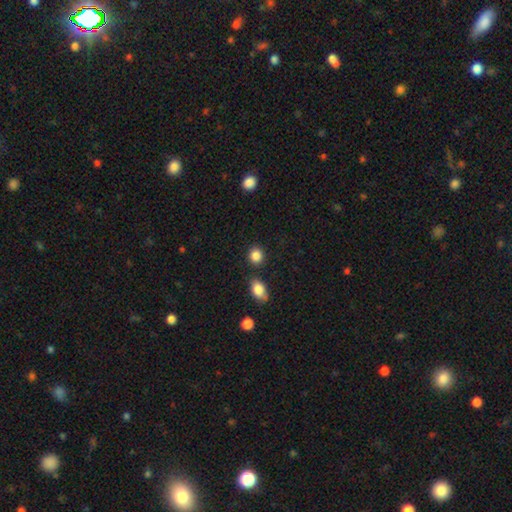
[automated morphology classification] This appears to be a smooth galaxy with no disk features (87%) that is round (75%). Merging: none (83%).